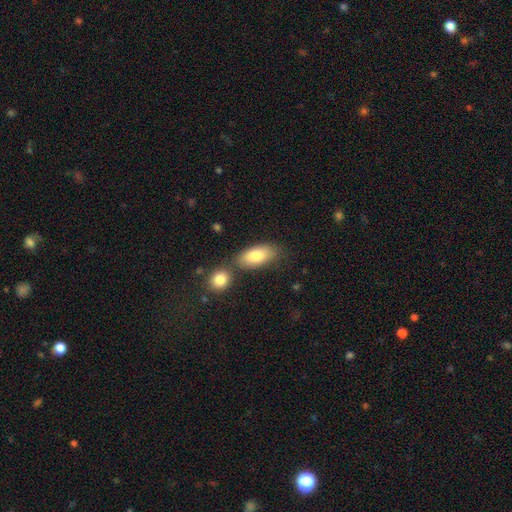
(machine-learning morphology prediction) Overall: smooth (80%). How rounded: in between (87%). Merging: none (61%; merger 22%).